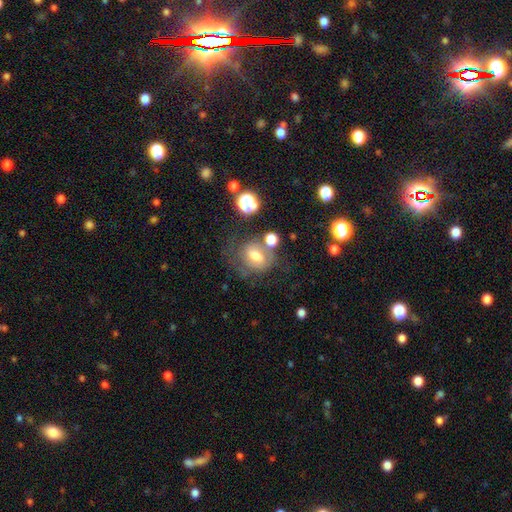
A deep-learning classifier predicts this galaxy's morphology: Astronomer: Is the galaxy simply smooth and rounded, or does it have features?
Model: smooth — 55% (runner-up: featured or disk, 30%).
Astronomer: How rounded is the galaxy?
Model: in between — 50% (runner-up: round, 48%).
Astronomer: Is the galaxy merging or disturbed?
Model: none — 47%.